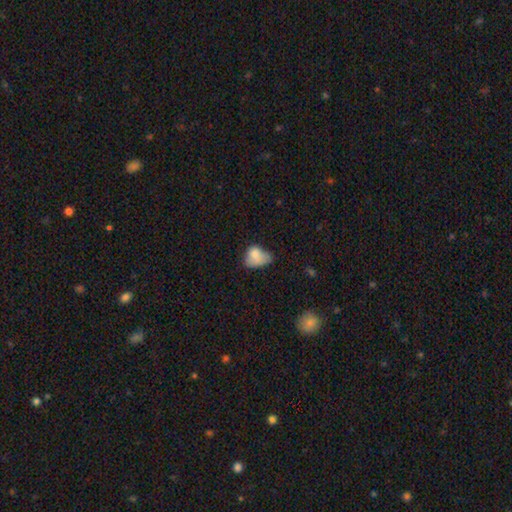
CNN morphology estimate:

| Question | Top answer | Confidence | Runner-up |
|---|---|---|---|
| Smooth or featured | smooth | 77% | featured or disk (13%) |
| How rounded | in between | 73% | round (26%) |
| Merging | minor disturbance | 42% | major disturbance (26%) |